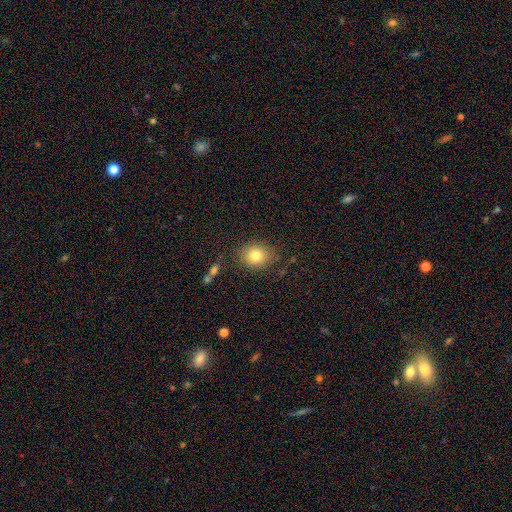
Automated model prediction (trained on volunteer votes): This is likely a smooth galaxy (80%). How rounded: possibly round (57%). Merging: clearly none (82%).